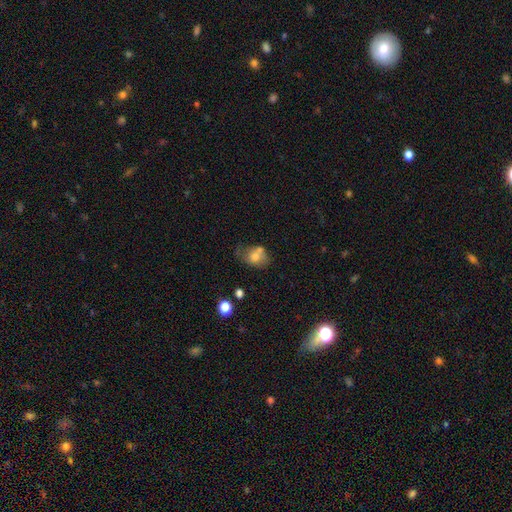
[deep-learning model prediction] Smooth or featured? smooth (67%)
How rounded? in between (59%)
Merging? none (35%)